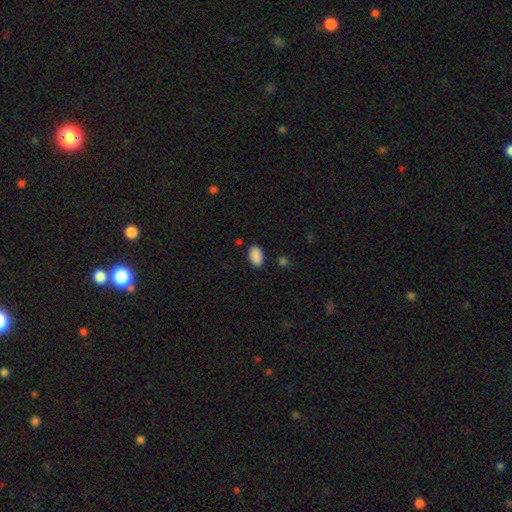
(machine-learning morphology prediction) A smooth galaxy with no disk features (89%) that is in between round and cigar-shaped (92%).

Vote fractions:
- Smooth or featured? smooth: 89% / star or artifact: 8% / featured or disk: 3%
- How rounded? in between: 92% / round: 7% / cigar-shaped: 1%
- Merging? none: 83% / minor disturbance: 12% / major disturbance: 3% / merger: 2%